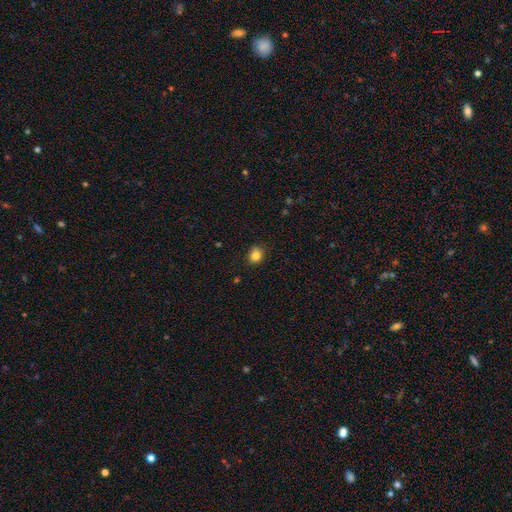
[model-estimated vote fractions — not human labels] Morphology: type=smooth (82%); roundness=round (69%); merging=none (77%).